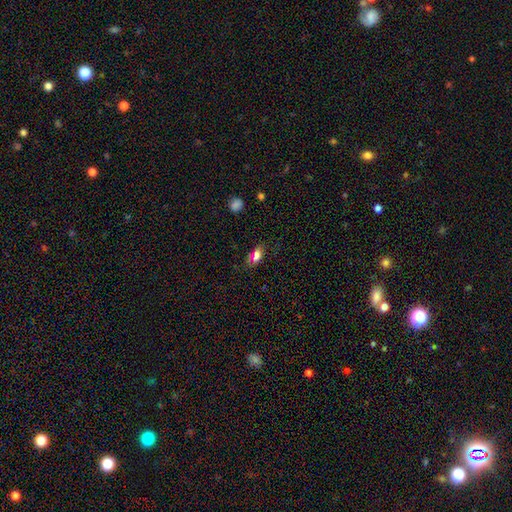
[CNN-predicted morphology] Smooth or featured? Predicted: smooth (p=0.71). How rounded? Predicted: in between (p=0.84). Merging? Predicted: none (p=0.81).